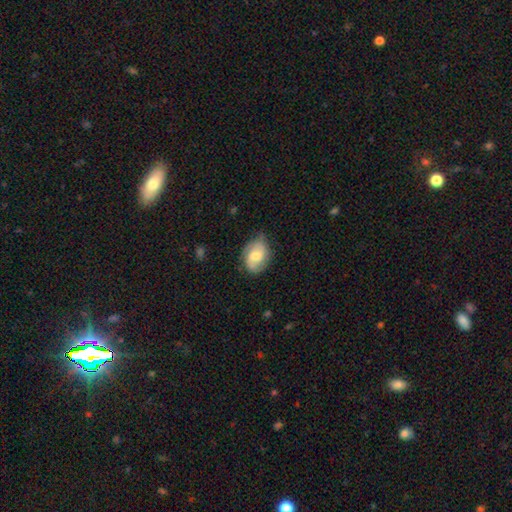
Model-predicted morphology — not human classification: Q: Smooth or featured?
A: featured or disk (54%); runner-up: smooth (39%)
Q: Edge-on disk?
A: no (97%); runner-up: yes (3%)
Q: Bar?
A: no (49%); runner-up: weak (42%)
Q: Spiral arms?
A: yes (87%); runner-up: no (13%)
Q: Bulge size?
A: moderate (61%); runner-up: small (25%)
Q: Merging?
A: none (68%); runner-up: minor disturbance (25%)